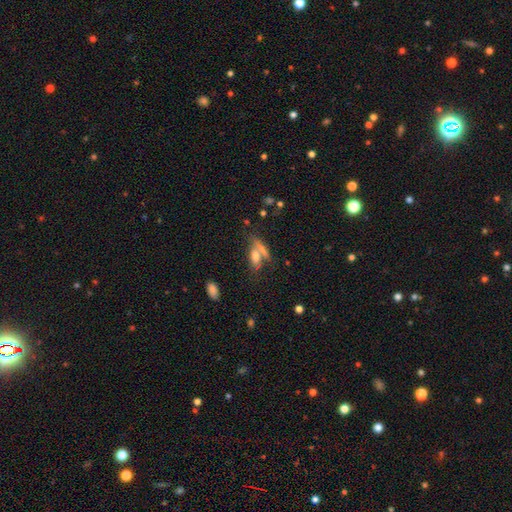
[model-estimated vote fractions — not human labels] smooth 67%, featured or disk 22%, star or artifact 10%. Down the decision tree: how rounded — in between (63%); merging — none (42%).